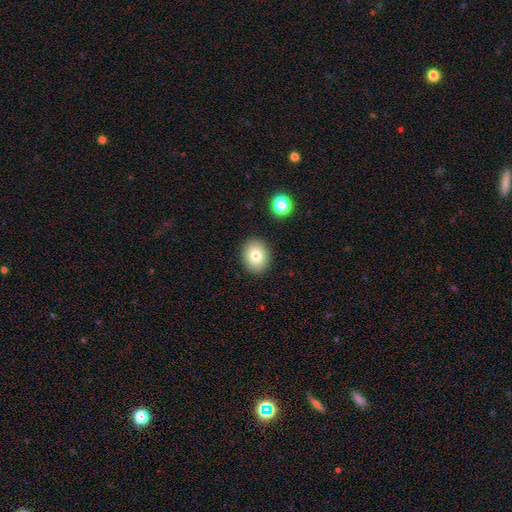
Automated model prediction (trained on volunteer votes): A smooth galaxy with no disk features (78%) that is round (52%).

Vote fractions:
- Smooth or featured? smooth: 78% / featured or disk: 12% / star or artifact: 10%
- How rounded? round: 52% / in between: 47% / cigar-shaped: 1%
- Merging? none: 89% / minor disturbance: 7% / major disturbance: 2% / merger: 2%